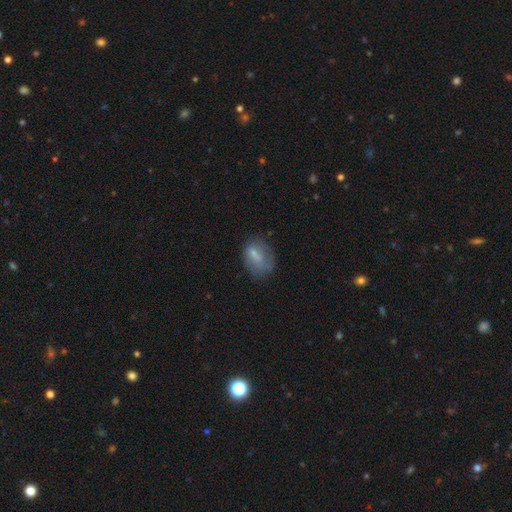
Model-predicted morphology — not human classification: Smooth or featured?
  - smooth: 66% *
  - featured or disk: 25%
  - star or artifact: 9%
How rounded?
  - in between: 73% *
  - round: 25%
  - cigar-shaped: 2%
Merging?
  - none: 49% *
  - minor disturbance: 29%
  - major disturbance: 18%
  - merger: 5%